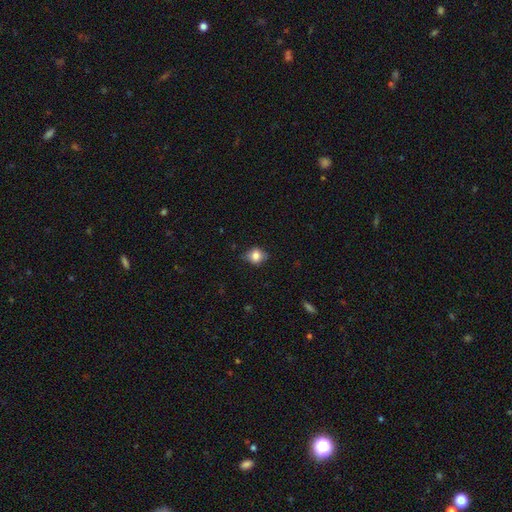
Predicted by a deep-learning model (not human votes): This is likely a smooth galaxy (79%). How rounded: possibly round (55%). Merging: likely none (75%).